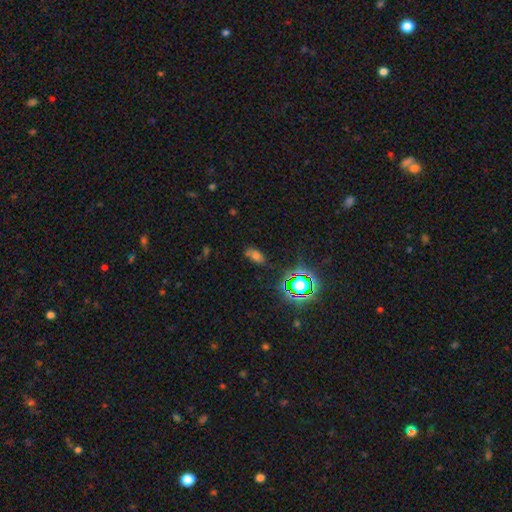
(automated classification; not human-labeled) smooth 58%, star or artifact 29%, featured or disk 13%. Down the decision tree: how rounded — in between (83%); merging — none (68%).